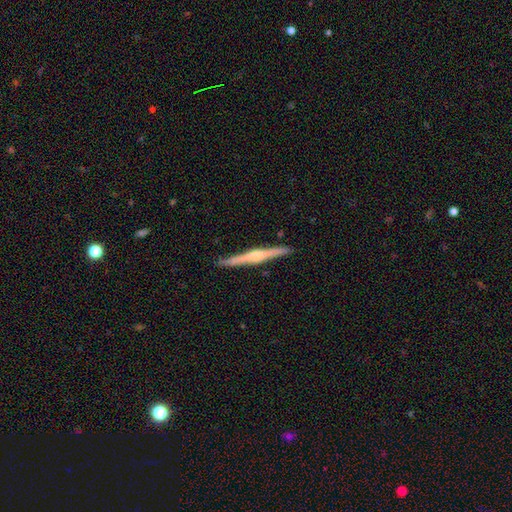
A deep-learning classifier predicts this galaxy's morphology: type=featured or disk (73%); edge-on=yes (98%); edge-on bulge=rounded (73%); merging=none (91%).